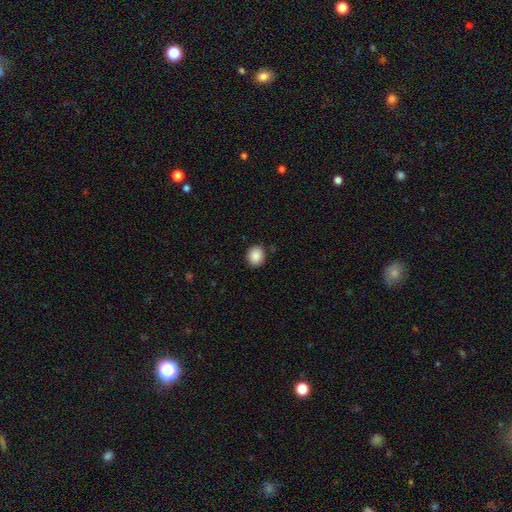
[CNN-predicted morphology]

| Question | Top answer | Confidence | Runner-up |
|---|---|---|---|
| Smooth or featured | smooth | 89% | star or artifact (8%) |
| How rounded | round | 69% | in between (30%) |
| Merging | none | 89% | minor disturbance (8%) |